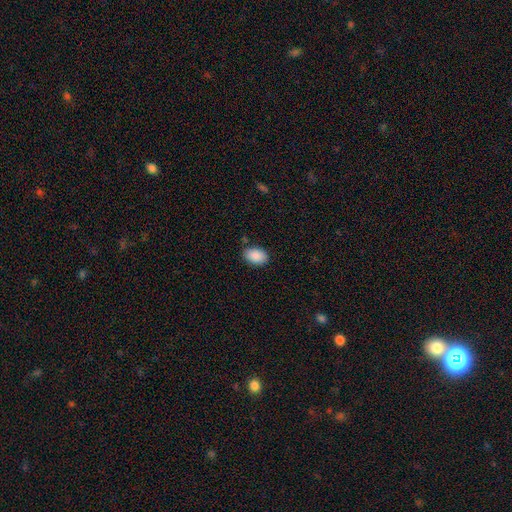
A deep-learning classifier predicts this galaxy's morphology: This appears to be a smooth galaxy with no disk features (89%) that is in between round and cigar-shaped (89%). Merging: none (83%).